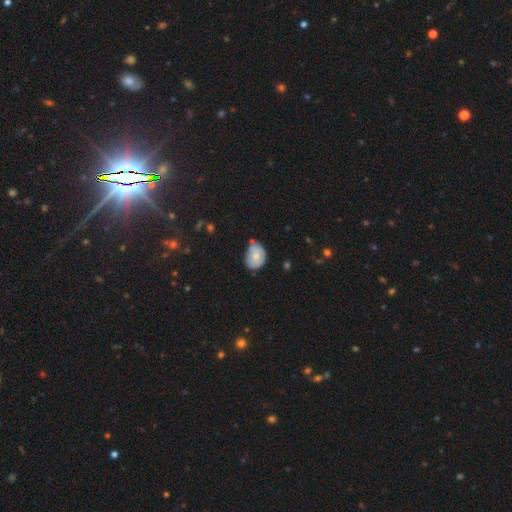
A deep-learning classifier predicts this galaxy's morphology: A smooth galaxy with no disk features (73%) that is in between round and cigar-shaped (63%).

Vote fractions:
- Smooth or featured? smooth: 73% / featured or disk: 19% / star or artifact: 8%
- How rounded? in between: 63% / round: 36% / cigar-shaped: 1%
- Merging? minor disturbance: 44% / none: 42% / major disturbance: 9% / merger: 6%